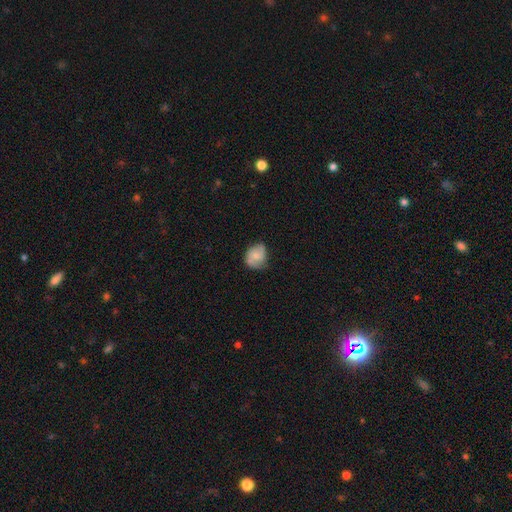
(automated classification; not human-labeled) smooth_or_featured: smooth (p=0.55) [alt: featured or disk p=0.38]
how_rounded: round (p=0.65) [alt: in between p=0.34]
merging: none (p=0.59) [alt: minor disturbance p=0.31]